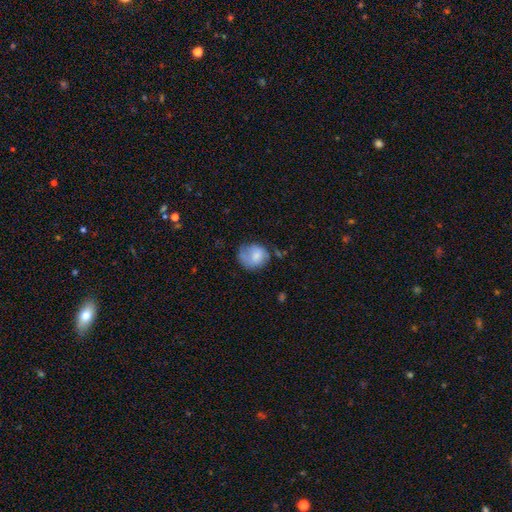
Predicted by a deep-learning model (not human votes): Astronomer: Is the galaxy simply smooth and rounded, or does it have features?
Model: smooth — 65%.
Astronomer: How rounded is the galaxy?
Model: round — 67%.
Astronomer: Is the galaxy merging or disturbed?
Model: none — 48% (runner-up: minor disturbance, 30%).